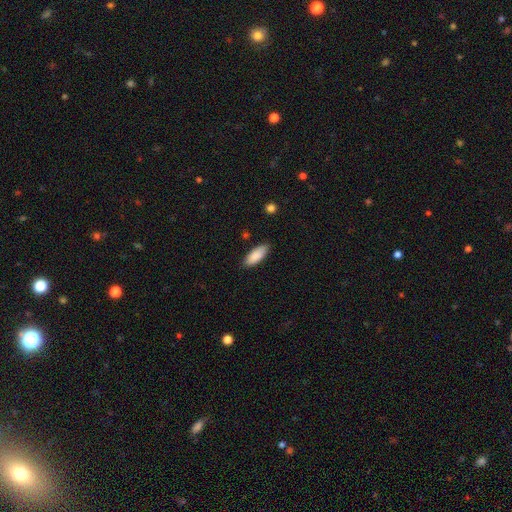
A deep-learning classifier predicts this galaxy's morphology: Smooth or featured: smooth — 88% (featured or disk — 6%)
How rounded: in between — 75% (cigar-shaped — 23%)
Merging: none — 86% (minor disturbance — 10%)